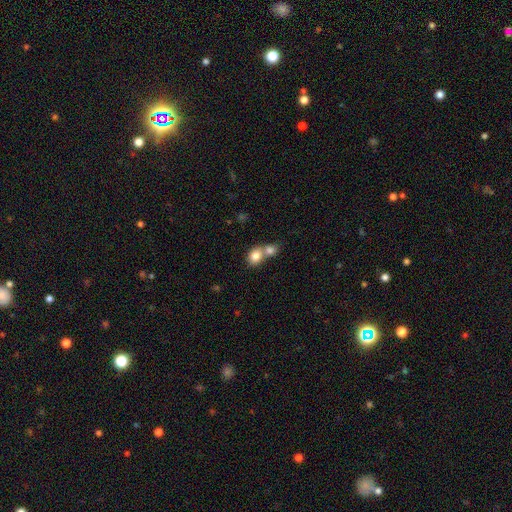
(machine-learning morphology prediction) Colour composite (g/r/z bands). It shows a smooth galaxy with no disk features (81%) that is round (65%). Merging: merger (61%).